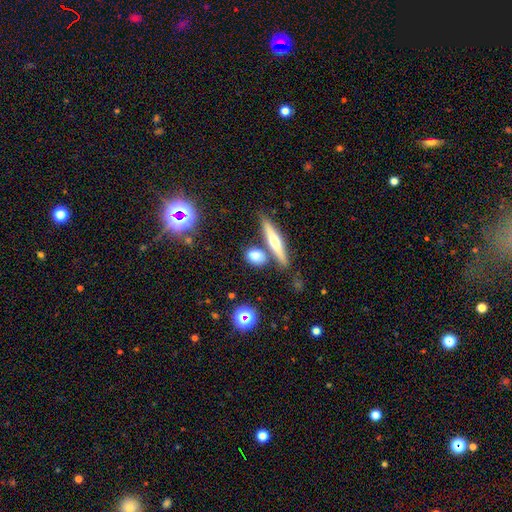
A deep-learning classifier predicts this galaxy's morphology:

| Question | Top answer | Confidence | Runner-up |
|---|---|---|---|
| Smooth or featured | smooth | 69% | featured or disk (20%) |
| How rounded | in between | 46% | round (34%) |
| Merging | none | 70% | merger (15%) |